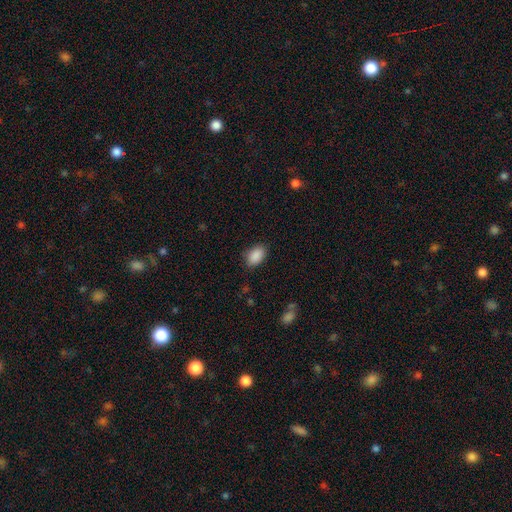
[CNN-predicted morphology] Smooth or featured?
  - smooth: 90% *
  - star or artifact: 7%
  - featured or disk: 3%
How rounded?
  - in between: 90% *
  - round: 9%
  - cigar-shaped: 1%
Merging?
  - none: 84% *
  - minor disturbance: 12%
  - major disturbance: 3%
  - merger: 1%